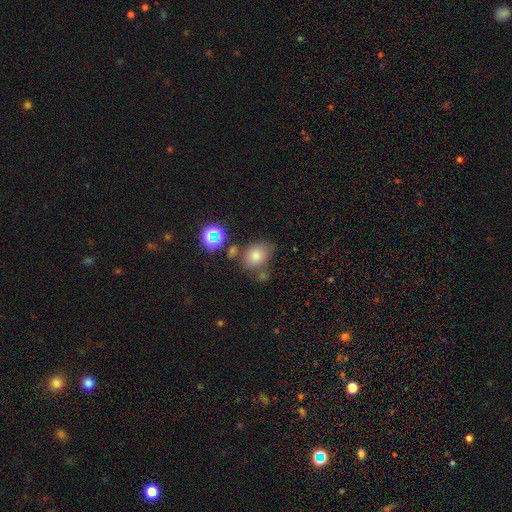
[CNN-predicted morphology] A smooth galaxy with no disk features (72%) that is in between round and cigar-shaped (61%).

Vote fractions:
- Smooth or featured? smooth: 72% / star or artifact: 16% / featured or disk: 11%
- How rounded? in between: 61% / round: 38% / cigar-shaped: 1%
- Merging? none: 62% / minor disturbance: 17% / merger: 15% / major disturbance: 6%